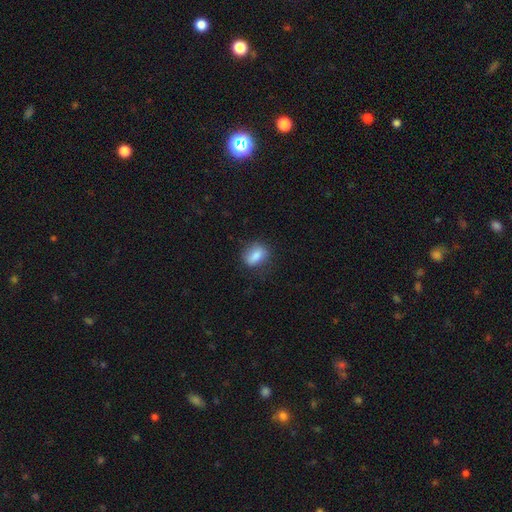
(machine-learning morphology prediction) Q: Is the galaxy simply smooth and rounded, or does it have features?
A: smooth — 82%.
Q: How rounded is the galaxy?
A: in between — 73%.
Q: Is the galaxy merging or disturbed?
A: none — 71%.